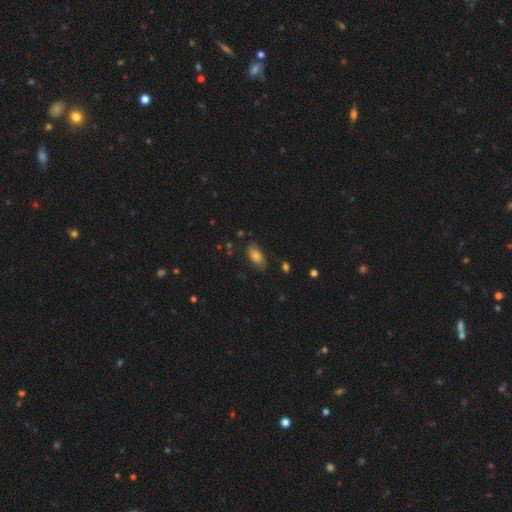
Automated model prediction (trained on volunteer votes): Q: Smooth or featured?
A: smooth (69%); runner-up: featured or disk (20%)
Q: How rounded?
A: in between (90%); runner-up: round (5%)
Q: Merging?
A: none (72%); runner-up: minor disturbance (21%)